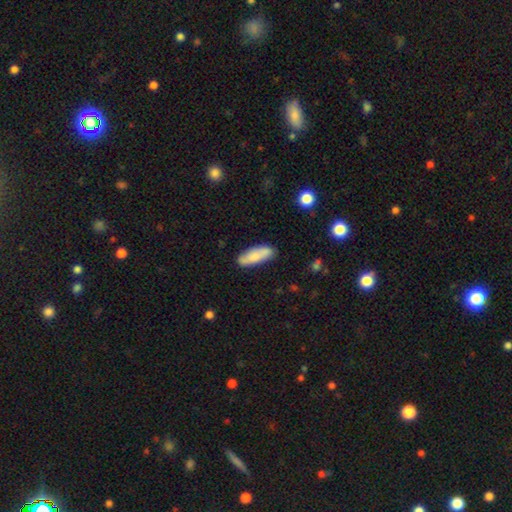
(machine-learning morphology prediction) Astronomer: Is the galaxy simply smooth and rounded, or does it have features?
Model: smooth — 78%.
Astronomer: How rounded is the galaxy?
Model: in between — 60% (runner-up: cigar-shaped, 38%).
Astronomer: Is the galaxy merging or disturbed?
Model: none — 81%.